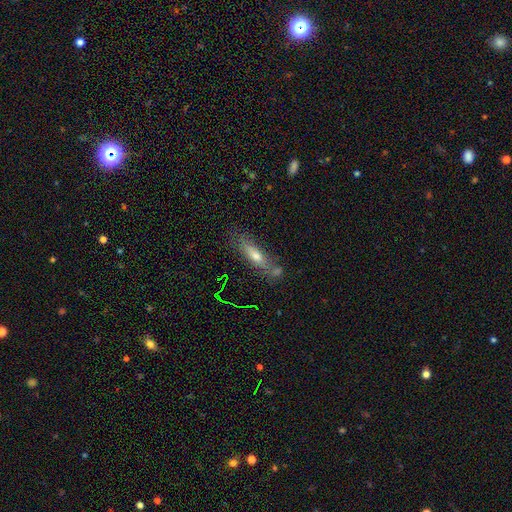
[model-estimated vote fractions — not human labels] Q: Smooth or featured?
A: smooth (53%); runner-up: featured or disk (36%)
Q: How rounded?
A: cigar-shaped (66%); runner-up: in between (31%)
Q: Merging?
A: none (65%); runner-up: minor disturbance (18%)